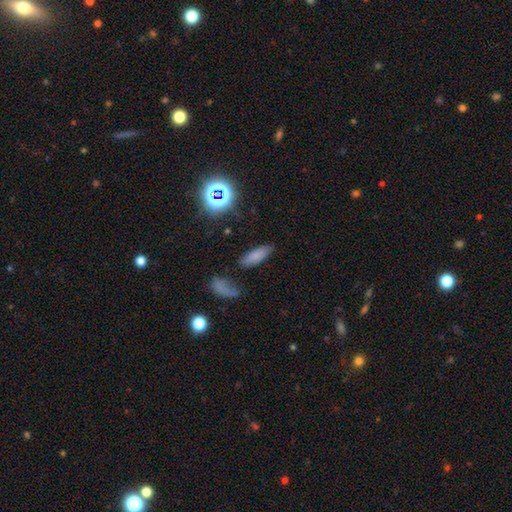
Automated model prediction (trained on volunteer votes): smooth 76%, star or artifact 13%, featured or disk 11%. Down the decision tree: how rounded — in between (61%); merging — none (77%).